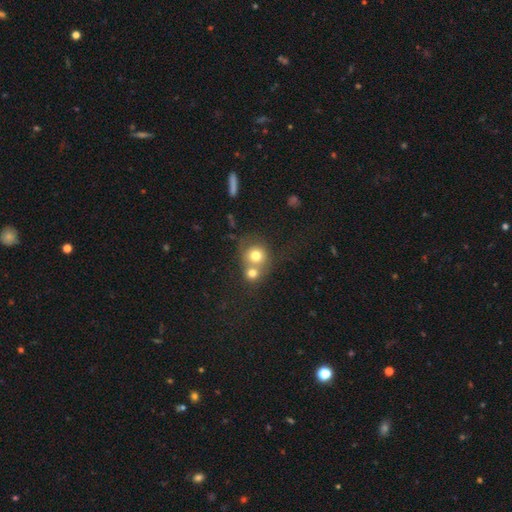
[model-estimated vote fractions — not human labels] Morphology: type=smooth (72%); roundness=round (84%); merging=merger (54%).